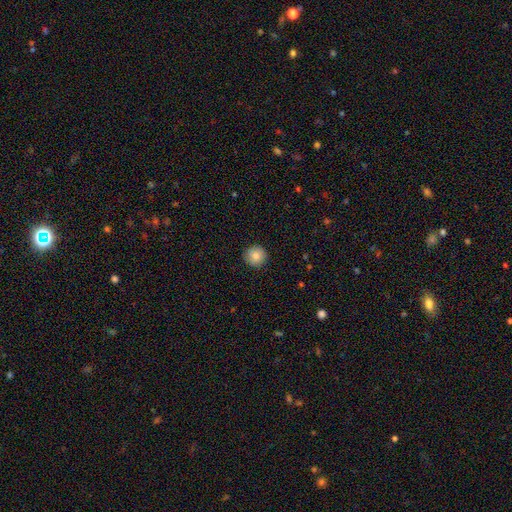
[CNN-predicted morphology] Smooth or featured? Predicted: smooth (p=0.85). How rounded? Predicted: round (p=0.94). Merging? Predicted: none (p=0.91).